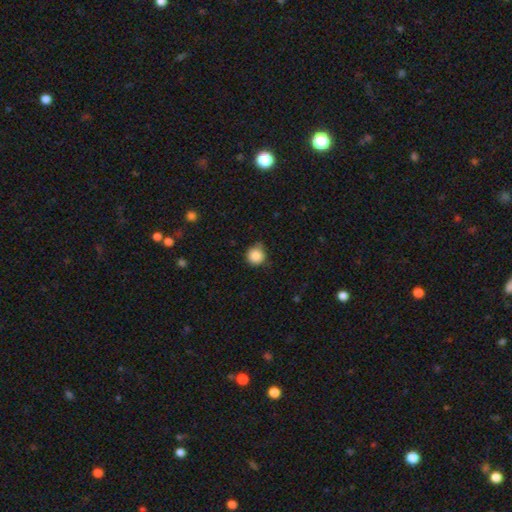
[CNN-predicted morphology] smooth-or-featured: smooth: 87% | star or artifact: 10% | featured or disk: 3%
  how-rounded: round: 95% | in between: 4% | cigar-shaped: 1%
  merging: none: 82% | minor disturbance: 14% | major disturbance: 3% | merger: 2%